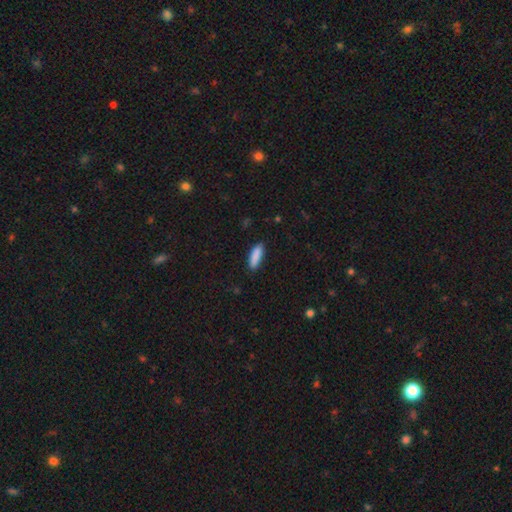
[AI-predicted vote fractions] A smooth galaxy with no disk features (89%) that is in between round and cigar-shaped (51%).

Vote fractions:
- Smooth or featured? smooth: 89% / star or artifact: 6% / featured or disk: 5%
- How rounded? in between: 51% / cigar-shaped: 47% / round: 2%
- Merging? none: 86% / minor disturbance: 11% / major disturbance: 2% / merger: 1%